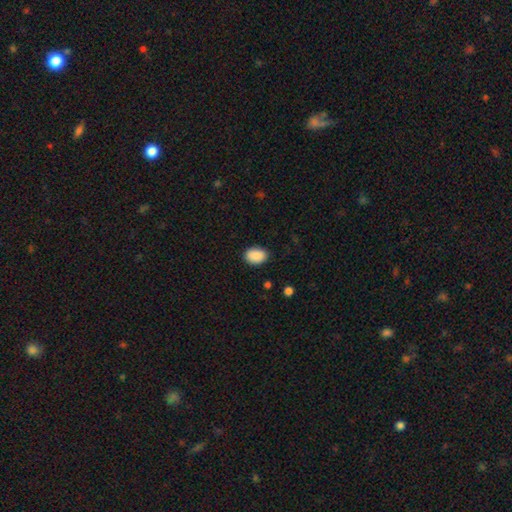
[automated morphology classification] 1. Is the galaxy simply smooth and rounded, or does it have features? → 90% smooth, 7% star or artifact, 3% featured or disk.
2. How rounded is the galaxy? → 79% in between, 20% round, 1% cigar-shaped.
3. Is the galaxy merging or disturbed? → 87% none, 9% minor disturbance, 2% major disturbance, 1% merger.